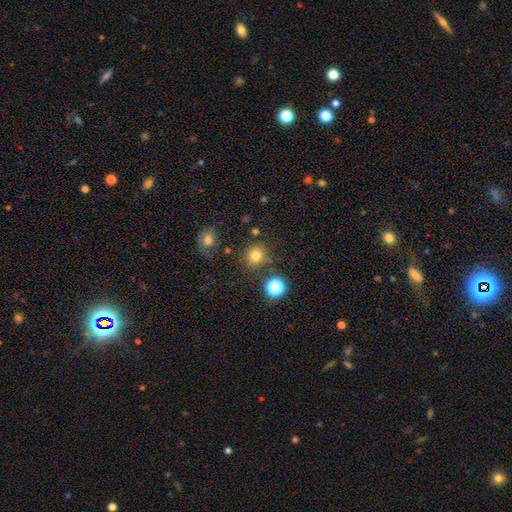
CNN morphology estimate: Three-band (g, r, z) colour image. It shows a smooth galaxy with no disk features (76%) that is round (85%). Merging: none (80%).